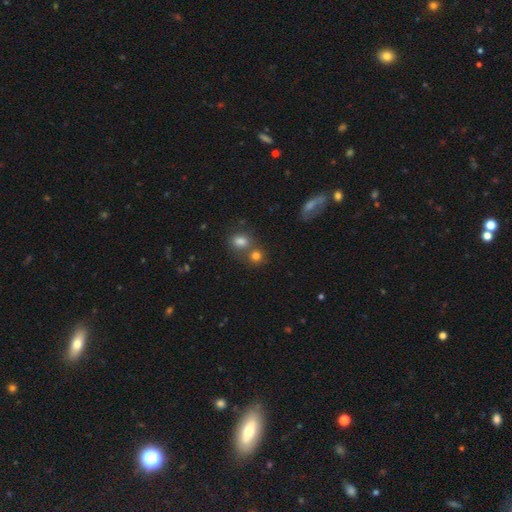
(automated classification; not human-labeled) Morphology: type=smooth (77%); roundness=round (73%); merging=none (46%).